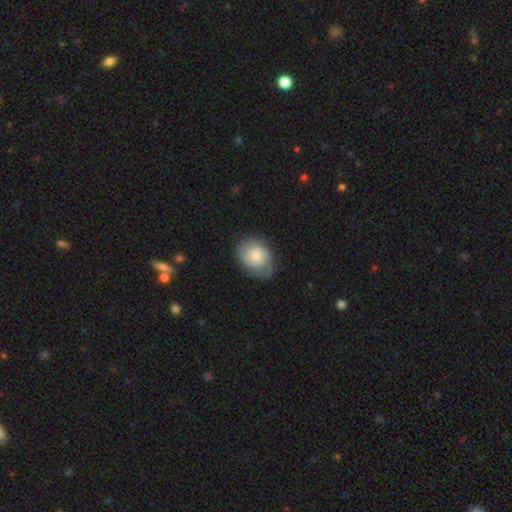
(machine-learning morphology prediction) Smooth or featured? Predicted: smooth (p=0.62). How rounded? Predicted: in between (p=0.59). Merging? Predicted: none (p=0.65).